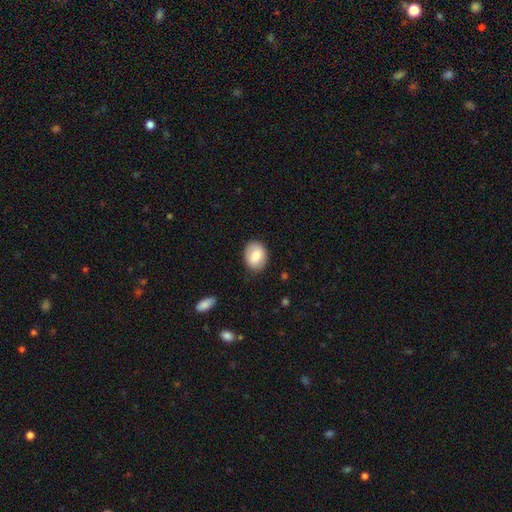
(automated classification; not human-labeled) Overall: smooth (80%). How rounded: in between (62%; round 37%). Merging: none (85%).